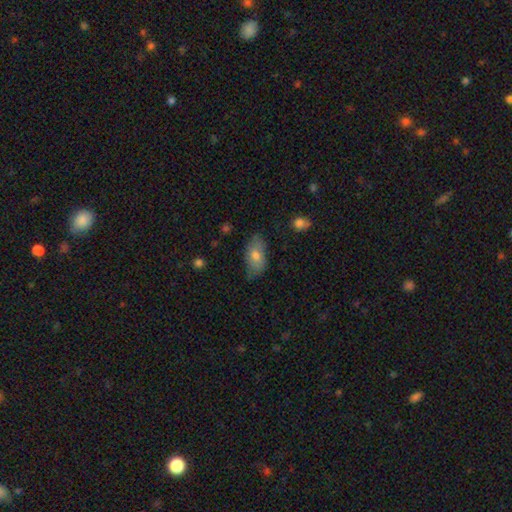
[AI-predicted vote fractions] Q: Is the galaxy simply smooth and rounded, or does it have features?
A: smooth — 70%.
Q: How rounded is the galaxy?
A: in between — 91%.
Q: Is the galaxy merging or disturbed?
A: none — 74%.